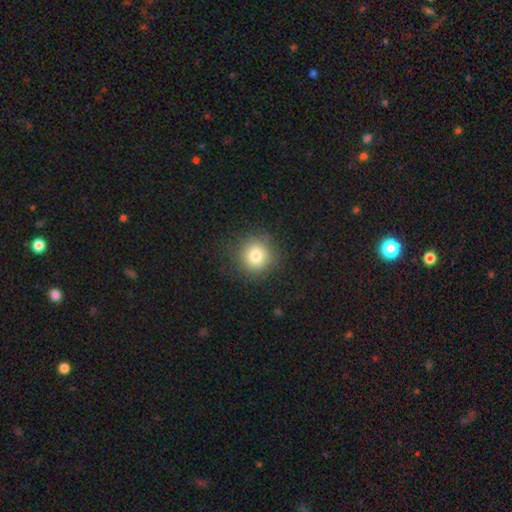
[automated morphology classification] A smooth galaxy with no disk features (81%) that is round (92%).

Vote fractions:
- Smooth or featured? smooth: 81% / star or artifact: 11% / featured or disk: 8%
- How rounded? round: 92% / in between: 7% / cigar-shaped: 1%
- Merging? none: 87% / minor disturbance: 9% / major disturbance: 3% / merger: 1%